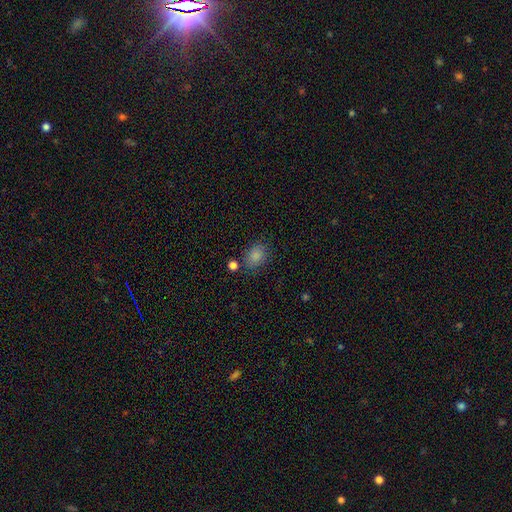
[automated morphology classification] smooth-or-featured: smooth: 85% | star or artifact: 11% | featured or disk: 5%
  how-rounded: in between: 63% | round: 36% | cigar-shaped: 1%
  merging: none: 74% | minor disturbance: 15% | merger: 7% | major disturbance: 5%